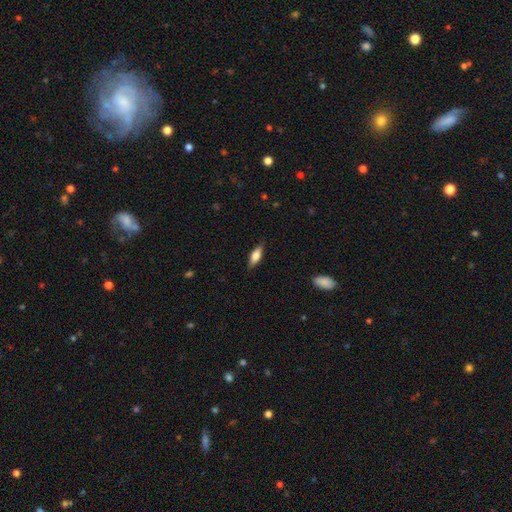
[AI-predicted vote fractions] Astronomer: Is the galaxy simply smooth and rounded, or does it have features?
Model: smooth — 66%.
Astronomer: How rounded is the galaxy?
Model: in between — 64%.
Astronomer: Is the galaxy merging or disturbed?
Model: none — 85%.